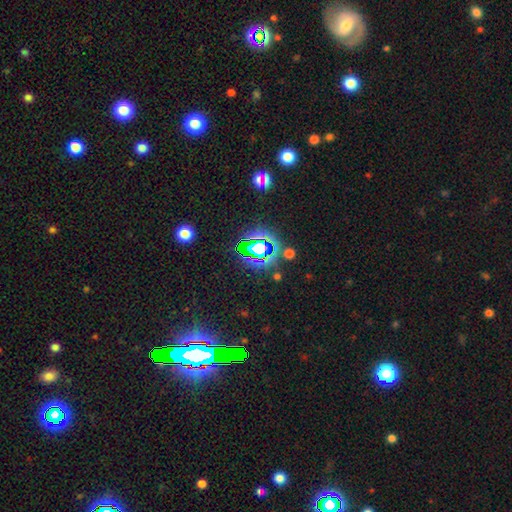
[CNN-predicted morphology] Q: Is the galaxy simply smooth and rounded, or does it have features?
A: star or artifact — 76%.